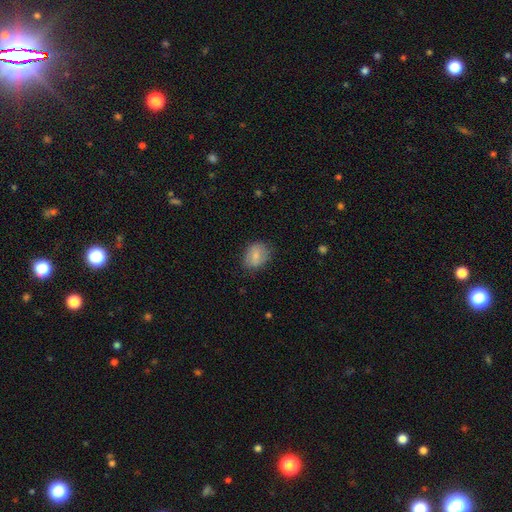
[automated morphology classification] Smooth or featured? smooth (77%)
How rounded? in between (62%)
Merging? none (75%)